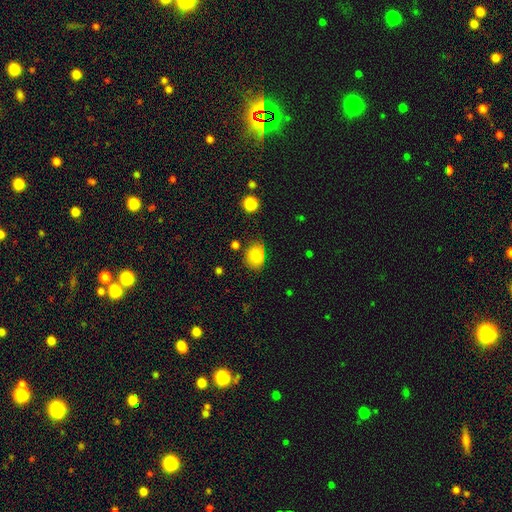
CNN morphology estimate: Smooth or featured: smooth — 82% (featured or disk — 9%)
How rounded: in between — 64% (round — 35%)
Merging: none — 69% (minor disturbance — 23%)